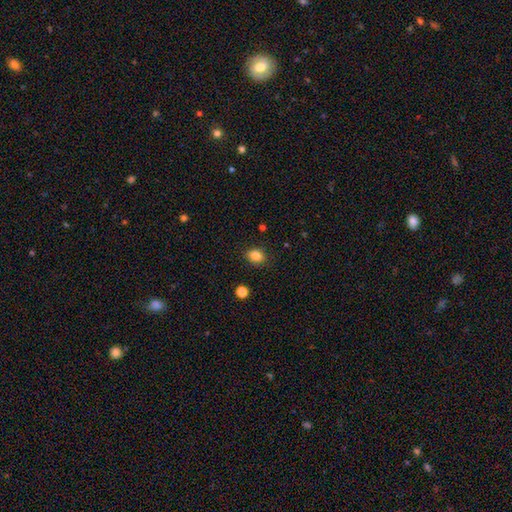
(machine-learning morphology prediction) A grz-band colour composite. It shows a smooth galaxy with no disk features (84%) that is in between round and cigar-shaped (57%). Merging: none (86%).